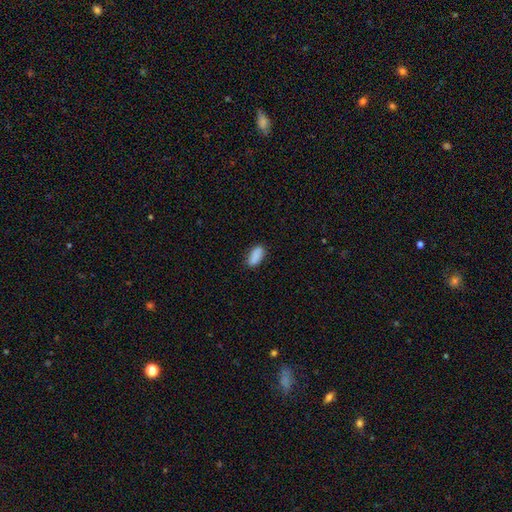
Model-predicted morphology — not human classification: Smooth or featured?
  - smooth: 88% *
  - star or artifact: 7%
  - featured or disk: 5%
How rounded?
  - in between: 86% *
  - cigar-shaped: 11%
  - round: 3%
Merging?
  - none: 82% *
  - minor disturbance: 14%
  - major disturbance: 3%
  - merger: 2%